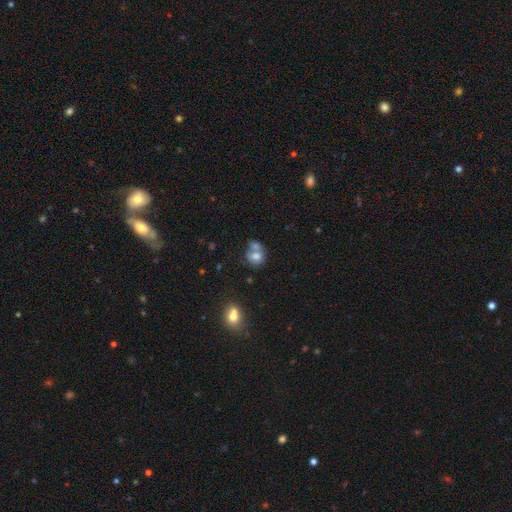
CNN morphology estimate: This is likely a smooth galaxy (70%). How rounded: likely round (63%). Merging: possibly merger (51%).